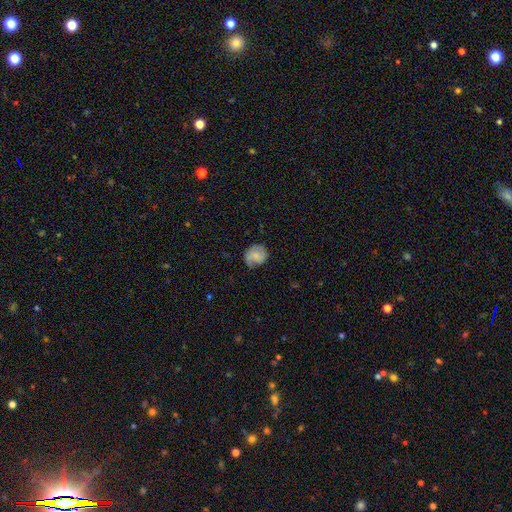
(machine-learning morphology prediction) type=smooth (60%); roundness=round (76%); merging=none (58%).